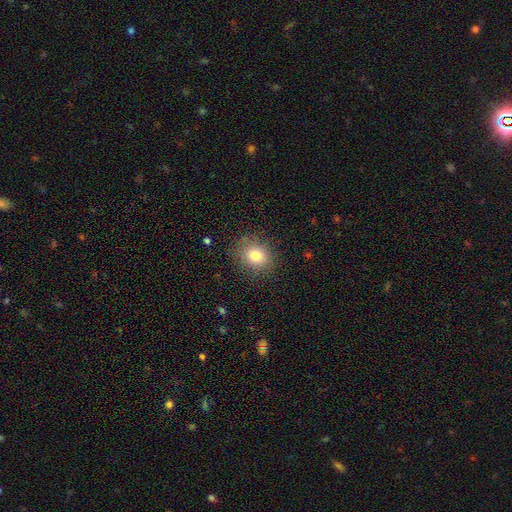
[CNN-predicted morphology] The model was most divided on "how rounded": round: 69%, in between: 30%, cigar-shaped: 1%. More confident: merging — none (84%); smooth or featured — smooth (78%).